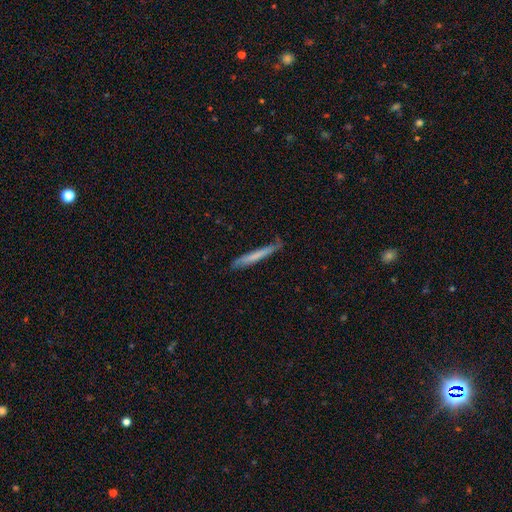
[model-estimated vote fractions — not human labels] Smooth or featured: smooth — 57% (featured or disk — 37%)
How rounded: cigar-shaped — 95% (in between — 3%)
Merging: none — 67% (minor disturbance — 24%)